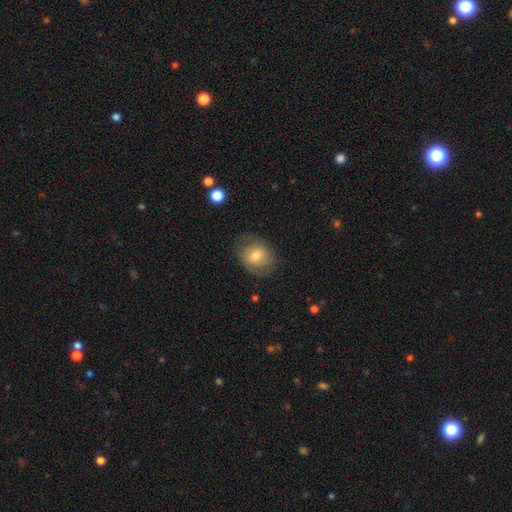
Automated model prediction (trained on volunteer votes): smooth_or_featured: smooth (p=0.55) [alt: featured or disk p=0.37]
how_rounded: round (p=0.58) [alt: in between p=0.41]
merging: none (p=0.69) [alt: minor disturbance p=0.21]